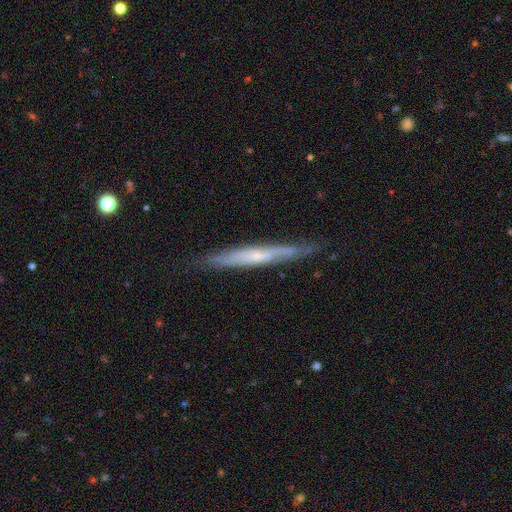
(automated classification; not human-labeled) Smooth or featured?
  - featured or disk: 65% *
  - smooth: 28%
  - star or artifact: 6%
Edge-on disk?
  - yes: 90% *
  - no: 10%
Edge-on bulge?
  - none: 55% *
  - rounded: 39%
  - boxy: 6%
Merging?
  - none: 82% *
  - minor disturbance: 14%
  - major disturbance: 2%
  - merger: 1%